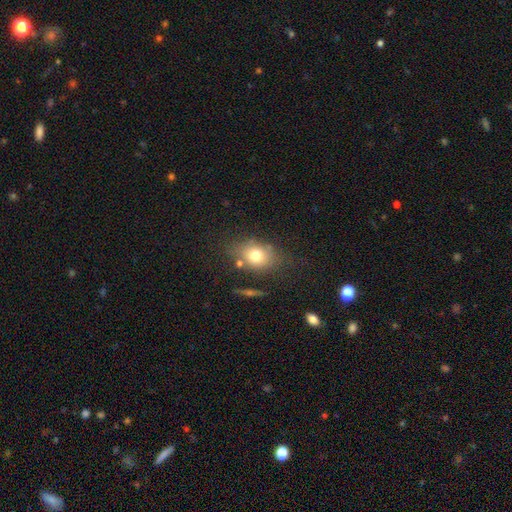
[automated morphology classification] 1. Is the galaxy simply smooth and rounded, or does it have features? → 72% smooth, 16% featured or disk, 11% star or artifact.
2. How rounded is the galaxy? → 59% in between, 39% round, 2% cigar-shaped.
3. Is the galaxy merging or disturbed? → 67% none, 18% minor disturbance, 8% major disturbance, 7% merger.